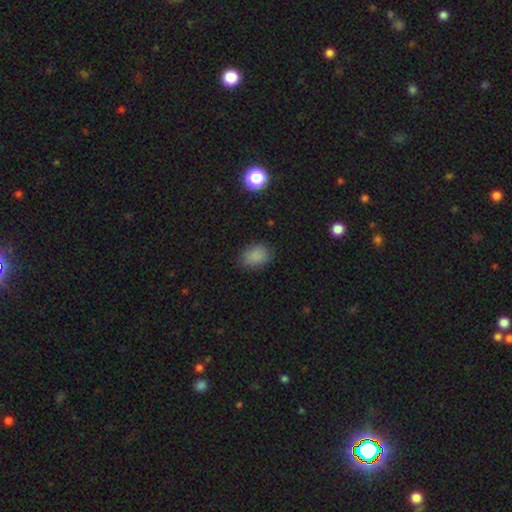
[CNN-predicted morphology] smooth-or-featured: smooth: 84% | star or artifact: 11% | featured or disk: 5%
  how-rounded: in between: 72% | round: 26% | cigar-shaped: 1%
  merging: none: 79% | minor disturbance: 16% | major disturbance: 4% | merger: 1%